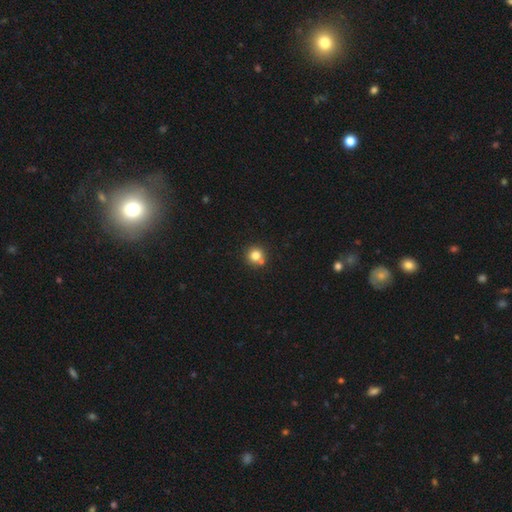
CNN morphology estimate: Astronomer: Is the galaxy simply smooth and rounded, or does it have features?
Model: smooth — 80%.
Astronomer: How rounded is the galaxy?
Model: round — 92%.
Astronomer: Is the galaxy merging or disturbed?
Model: none — 70%.